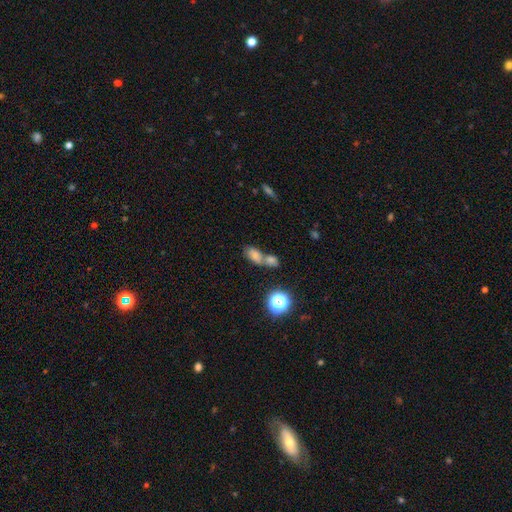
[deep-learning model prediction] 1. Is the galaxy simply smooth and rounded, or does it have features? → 71% smooth, 17% star or artifact, 12% featured or disk.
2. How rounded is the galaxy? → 80% in between, 16% round, 4% cigar-shaped.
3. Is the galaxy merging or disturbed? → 57% merger, 30% none, 9% minor disturbance, 5% major disturbance.